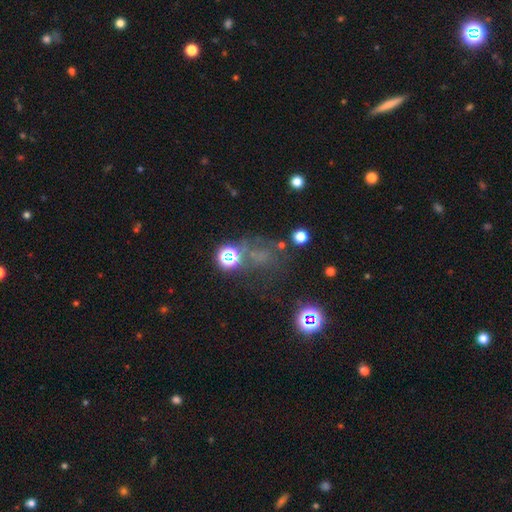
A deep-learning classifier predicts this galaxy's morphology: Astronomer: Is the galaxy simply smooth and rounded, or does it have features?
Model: star or artifact — 46% (runner-up: smooth, 36%).